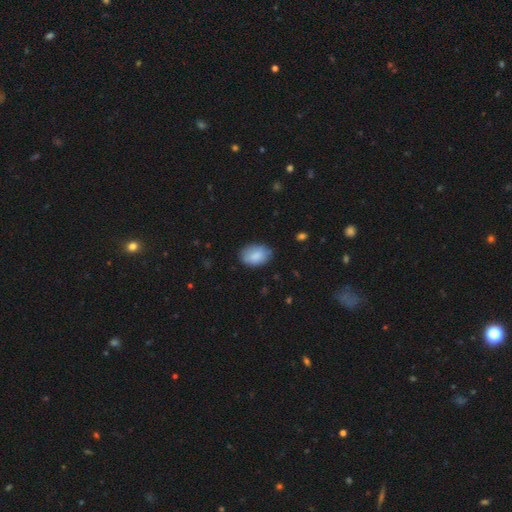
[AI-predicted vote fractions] Q: Smooth or featured?
A: smooth (85%); runner-up: featured or disk (8%)
Q: How rounded?
A: in between (84%); runner-up: round (15%)
Q: Merging?
A: none (78%); runner-up: minor disturbance (17%)